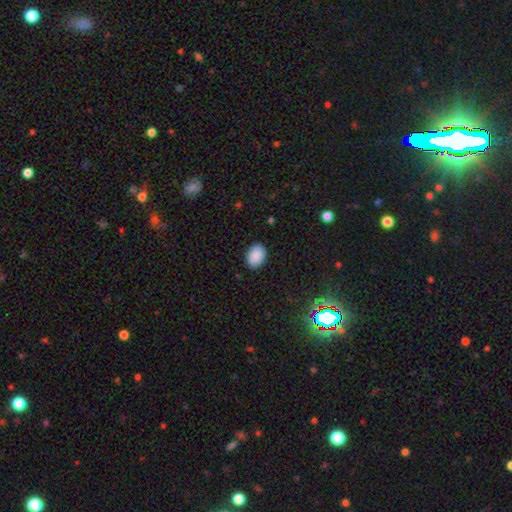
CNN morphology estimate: Overall: smooth (89%). How rounded: in between (81%). Merging: none (89%).